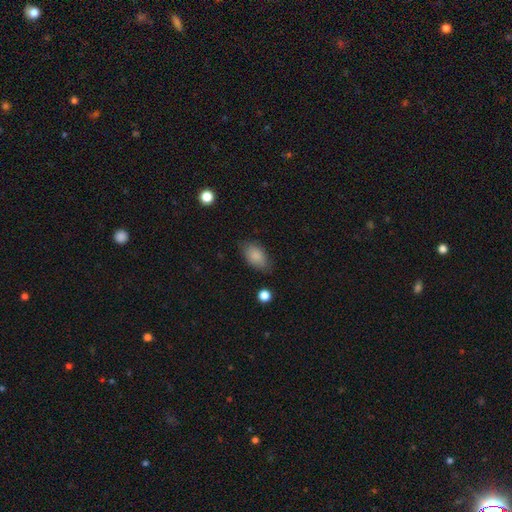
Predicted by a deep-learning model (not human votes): Smooth or featured? Predicted: smooth (p=0.86). How rounded? Predicted: in between (p=0.90). Merging? Predicted: none (p=0.75).